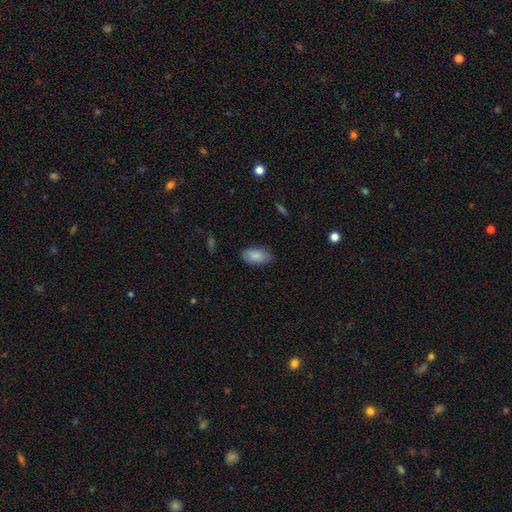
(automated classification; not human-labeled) Smooth or featured: smooth — 87% (featured or disk — 7%)
How rounded: in between — 94% (cigar-shaped — 3%)
Merging: none — 81% (minor disturbance — 15%)